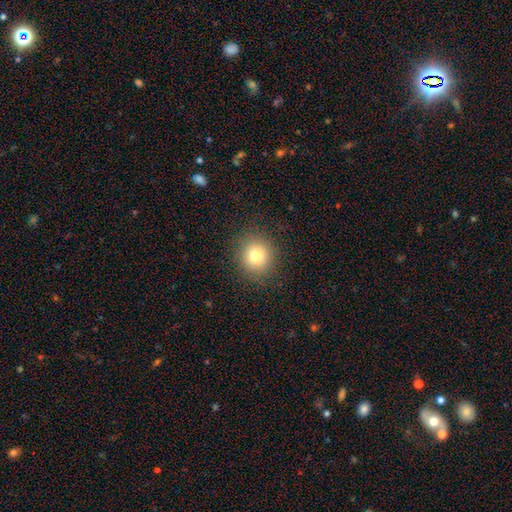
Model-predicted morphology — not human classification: smooth 78%, star or artifact 12%, featured or disk 10%. Down the decision tree: how rounded — round (86%); merging — none (88%).